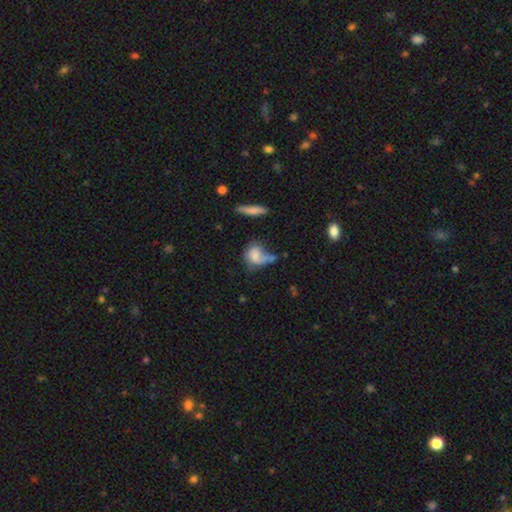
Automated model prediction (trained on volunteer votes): Smooth or featured? smooth (62%)
How rounded? in between (59%)
Merging? major disturbance (30%)